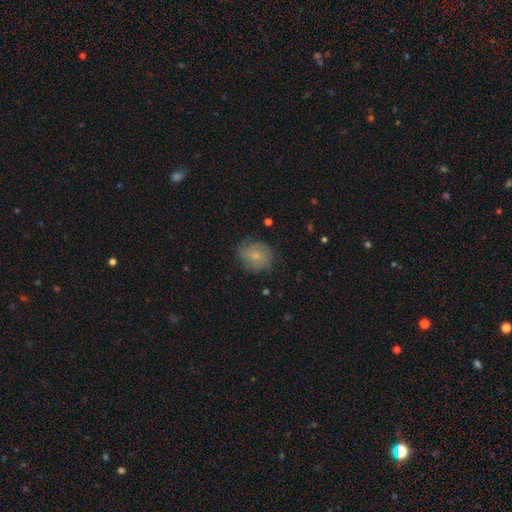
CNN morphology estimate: This is likely a smooth galaxy (63%). How rounded: likely round (78%). Merging: likely none (68%).